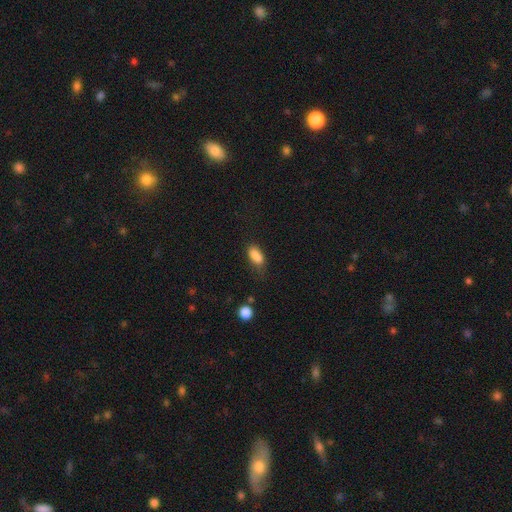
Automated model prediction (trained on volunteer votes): Overall: smooth (81%). How rounded: in between (83%). Merging: none (46%; minor disturbance 29%).